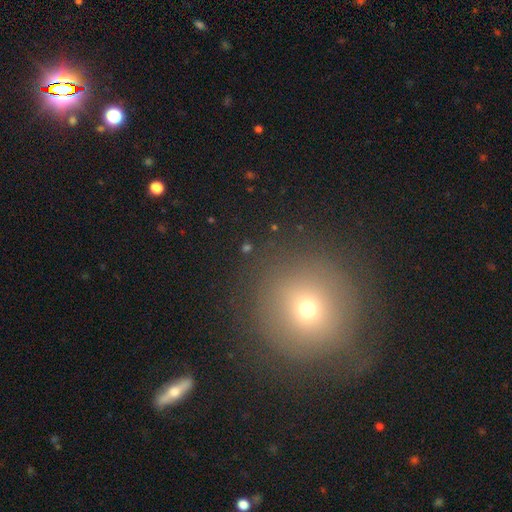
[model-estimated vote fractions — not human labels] This appears to be a smooth galaxy with no disk features (57%) that is round (93%). Merging: none (87%).